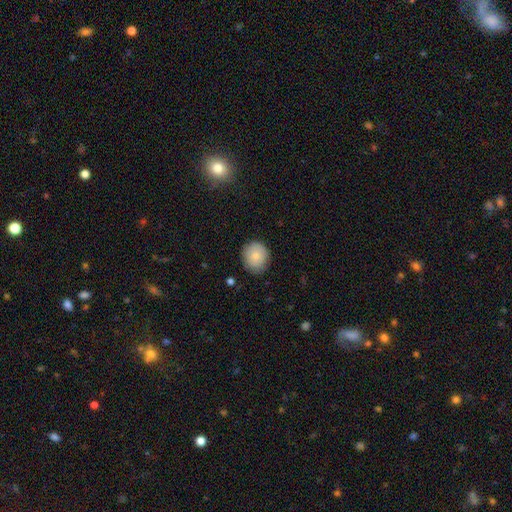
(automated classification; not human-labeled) Overall: smooth (79%). How rounded: round (76%). Merging: none (81%).